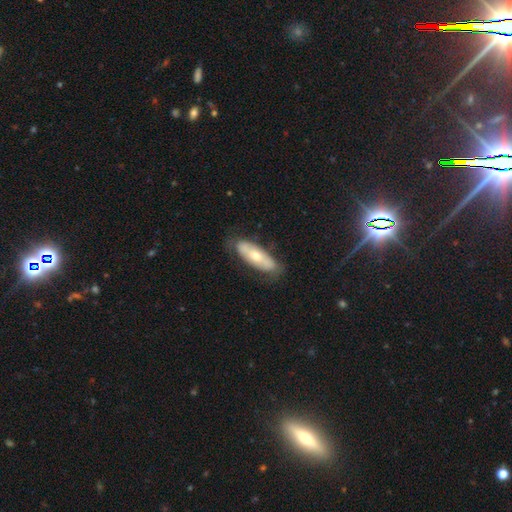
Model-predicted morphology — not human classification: type=smooth (48%); merging=none (73%).